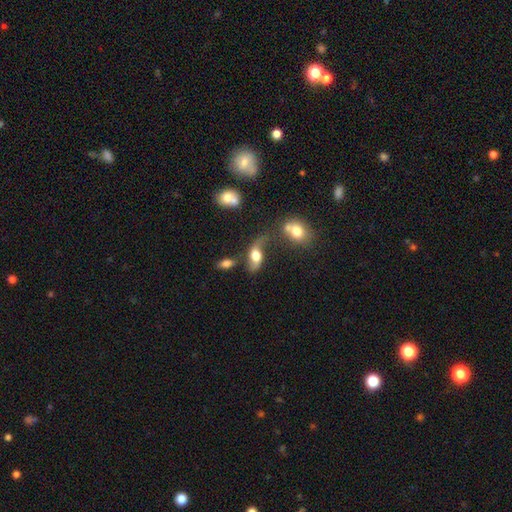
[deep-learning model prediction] smooth-or-featured: featured or disk: 56% | smooth: 36% | star or artifact: 9%
  disk-edge-on: no: 88% | yes: 12%
  merging: none: 44% | minor disturbance: 21% | major disturbance: 18% | merger: 18%